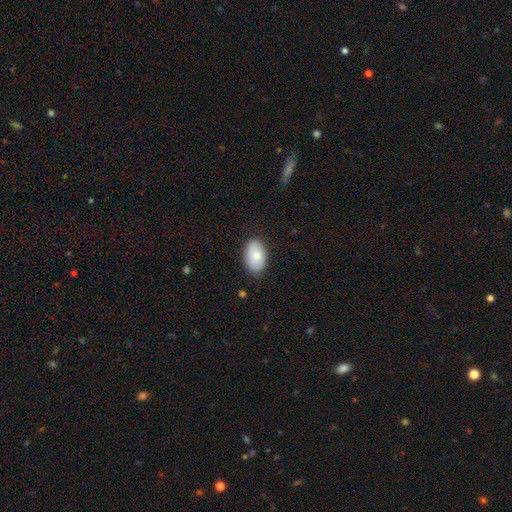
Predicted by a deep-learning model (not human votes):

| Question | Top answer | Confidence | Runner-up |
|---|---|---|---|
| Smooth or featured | smooth | 82% | featured or disk (12%) |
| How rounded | in between | 93% | round (6%) |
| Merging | none | 84% | minor disturbance (12%) |